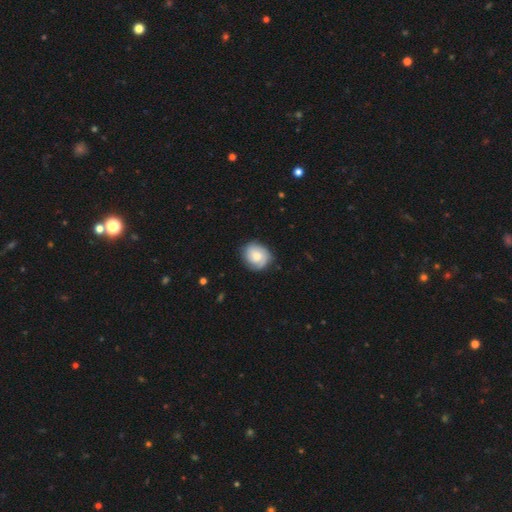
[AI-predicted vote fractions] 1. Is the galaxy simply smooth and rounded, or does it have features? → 49% smooth, 44% featured or disk, 7% star or artifact.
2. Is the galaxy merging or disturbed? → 77% none, 18% minor disturbance, 5% major disturbance, 1% merger.